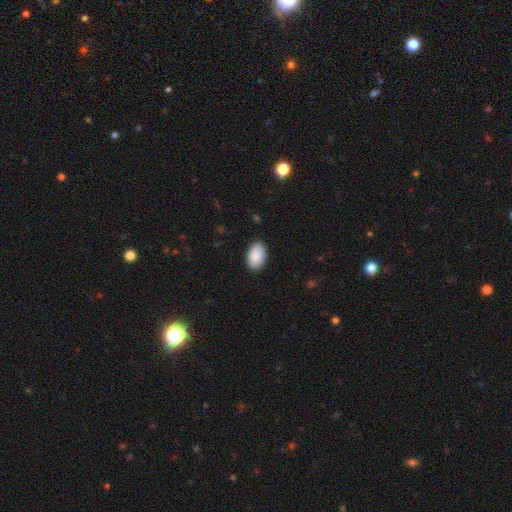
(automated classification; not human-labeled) Smooth or featured: smooth — 90% (star or artifact — 6%)
How rounded: in between — 94% (round — 5%)
Merging: none — 87% (minor disturbance — 10%)